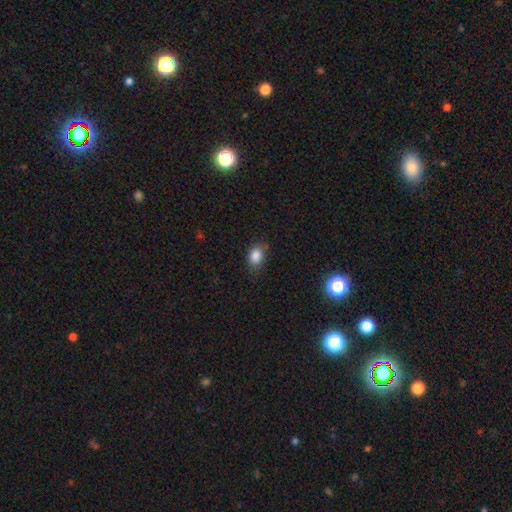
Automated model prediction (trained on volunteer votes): smooth 85%, star or artifact 10%, featured or disk 5%. Down the decision tree: how rounded — in between (66%); merging — none (71%).